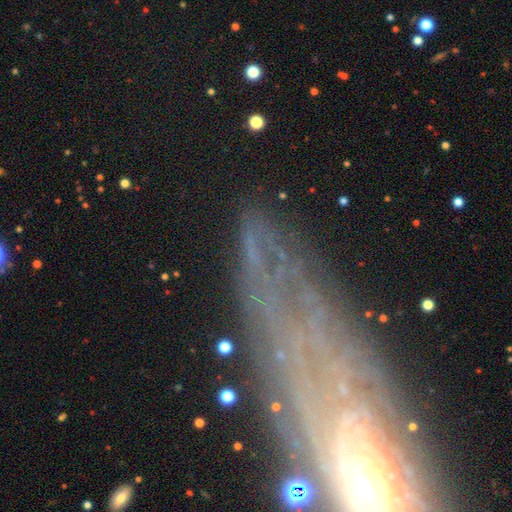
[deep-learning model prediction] smooth-or-featured: featured or disk: 59% | star or artifact: 25% | smooth: 16%
  disk-edge-on: no: 61% | yes: 39%
  merging: none: 79% | minor disturbance: 12% | major disturbance: 6% | merger: 3%